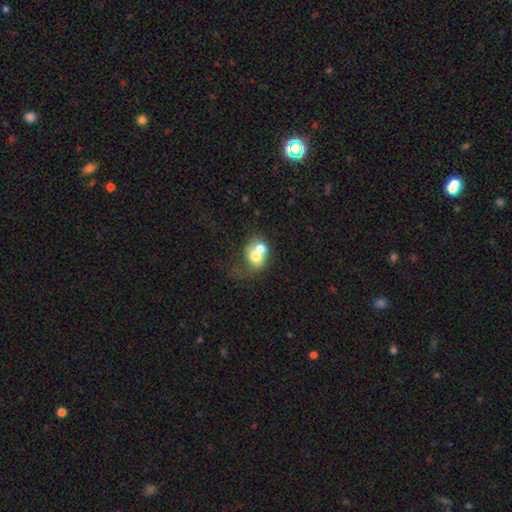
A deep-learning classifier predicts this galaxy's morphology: The model was most divided on "how rounded": round: 55%, in between: 44%, cigar-shaped: 1%. More confident: merging — merger (64%); smooth or featured — smooth (62%).